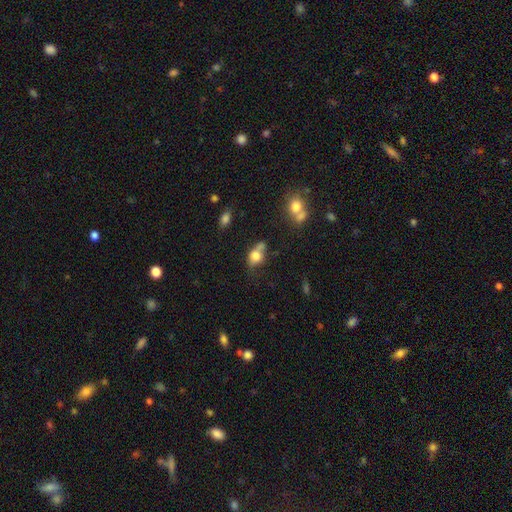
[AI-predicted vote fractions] smooth-or-featured: smooth: 73% | featured or disk: 17% | star or artifact: 10%
  how-rounded: in between: 59% | round: 38% | cigar-shaped: 3%
  merging: none: 35% | minor disturbance: 26% | merger: 25% | major disturbance: 14%